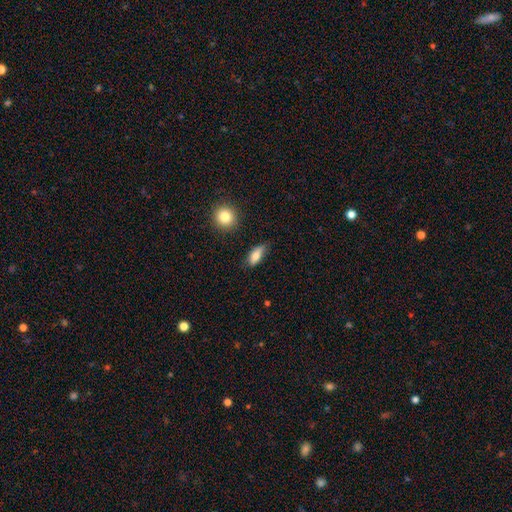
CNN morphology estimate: smooth_or_featured: smooth (p=0.78) [alt: featured or disk p=0.14]
how_rounded: in between (p=0.78) [alt: cigar-shaped p=0.17]
merging: none (p=0.61) [alt: minor disturbance p=0.29]